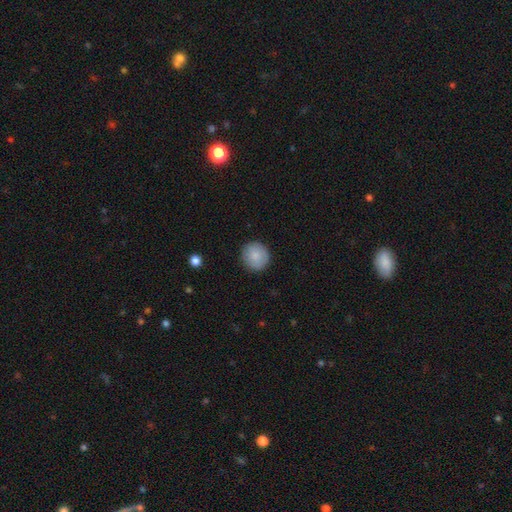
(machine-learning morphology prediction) Smooth or featured?
  - smooth: 85% *
  - featured or disk: 9%
  - star or artifact: 7%
How rounded?
  - round: 92% *
  - in between: 7%
  - cigar-shaped: 1%
Merging?
  - none: 89% *
  - minor disturbance: 8%
  - major disturbance: 2%
  - merger: 1%